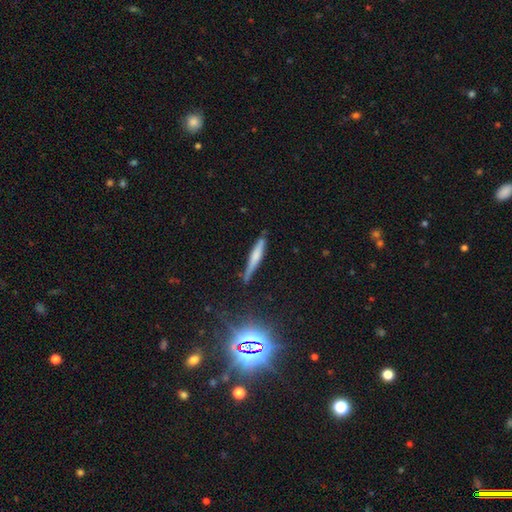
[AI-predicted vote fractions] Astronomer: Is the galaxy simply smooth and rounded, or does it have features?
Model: smooth — 53% (runner-up: featured or disk, 37%).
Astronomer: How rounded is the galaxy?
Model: cigar-shaped — 92%.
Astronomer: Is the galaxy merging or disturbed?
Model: none — 74%.